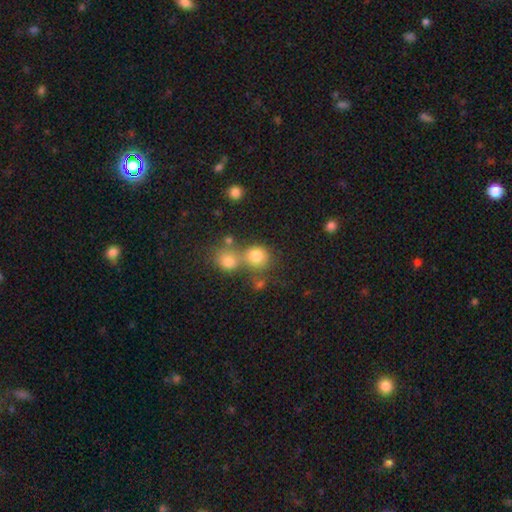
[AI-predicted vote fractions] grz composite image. It shows a smooth galaxy with no disk features (78%) that is round (83%). Merging: none (47%).